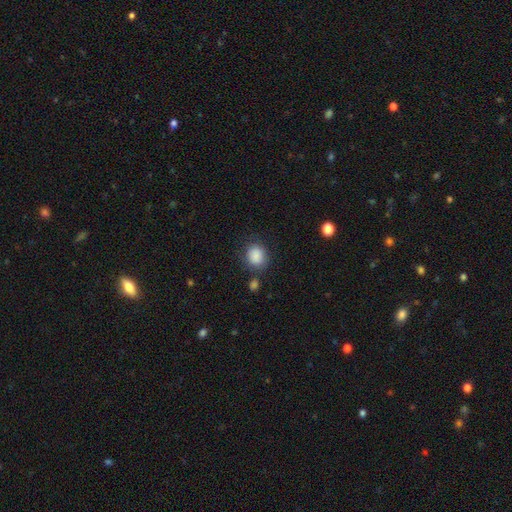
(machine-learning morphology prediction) A smooth galaxy with no disk features (87%) that is round (64%). Merging: none (74%).